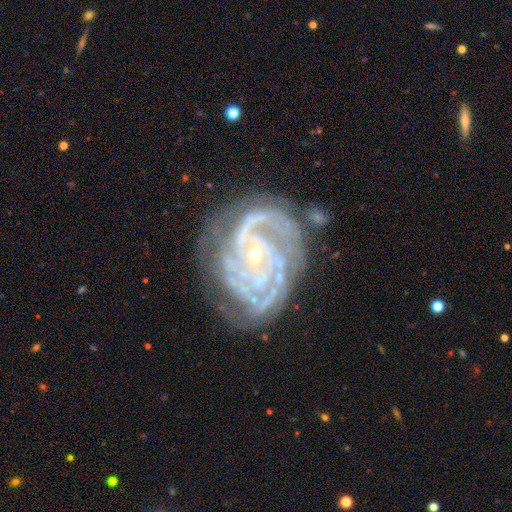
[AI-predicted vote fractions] Smooth or featured?
  - featured or disk: 90% *
  - star or artifact: 6%
  - smooth: 4%
Edge-on disk?
  - no: 98% *
  - yes: 2%
Bar?
  - no: 67% *
  - weak: 22%
  - strong: 11%
Spiral arms?
  - yes: 98% *
  - no: 2%
Spiral winding?
  - tight: 68% *
  - medium: 27%
  - loose: 5%
Spiral arm count?
  - 3: 27% *
  - 2: 20%
  - can't tell: 19%
  - 4: 19%
  - more than 4: 9%
  - 1: 7%
Bulge size?
  - small: 84% *
  - moderate: 12%
  - none: 2%
  - large: 1%
  - dominant: 1%
Merging?
  - none: 64% *
  - minor disturbance: 22%
  - major disturbance: 12%
  - merger: 3%